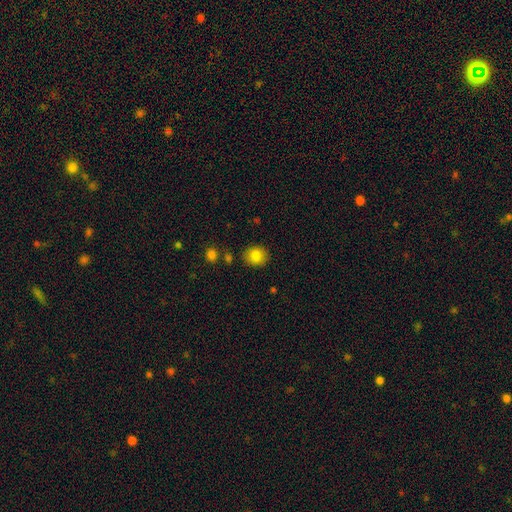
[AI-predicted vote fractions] smooth_or_featured: smooth (p=0.84) [alt: star or artifact p=0.10]
how_rounded: round (p=0.76) [alt: in between p=0.23]
merging: none (p=0.85) [alt: minor disturbance p=0.09]